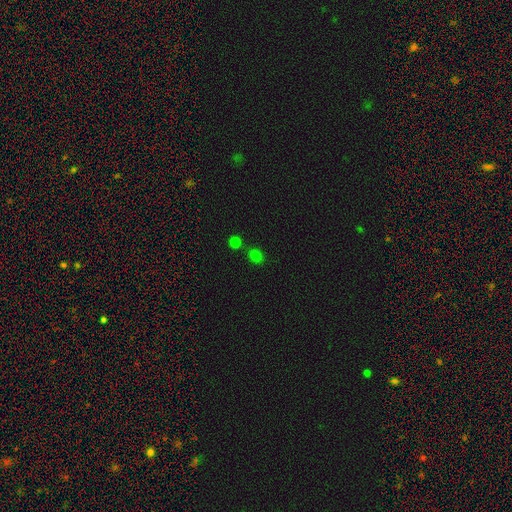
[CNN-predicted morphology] smooth_or_featured: smooth (p=0.73) [alt: star or artifact p=0.22]
how_rounded: round (p=0.68) [alt: in between p=0.31]
merging: none (p=0.73) [alt: merger p=0.14]